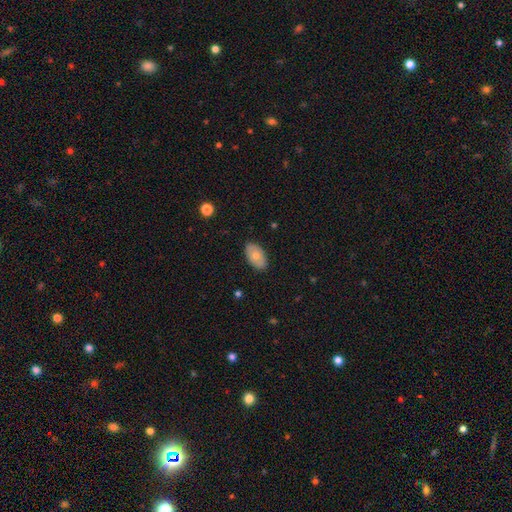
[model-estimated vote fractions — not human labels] Morphology: type=smooth (67%); roundness=in between (93%); merging=none (86%).